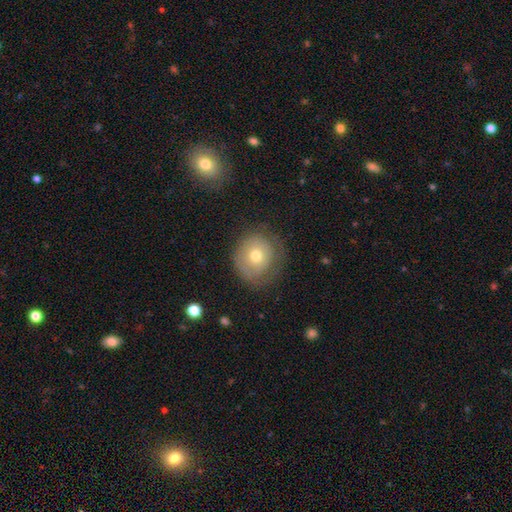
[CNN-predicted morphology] type=smooth (56%); roundness=round (80%); merging=none (67%).